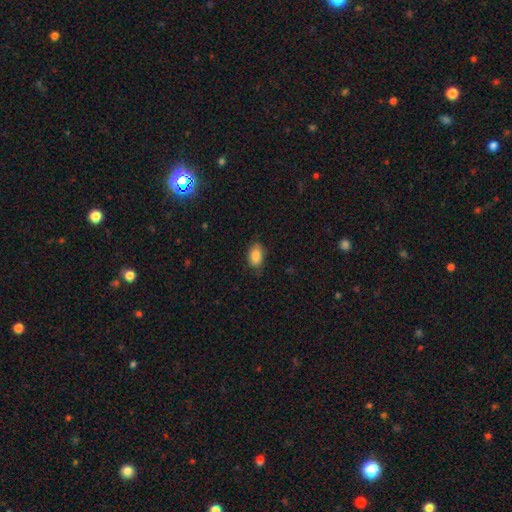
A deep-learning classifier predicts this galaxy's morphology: smooth-or-featured: smooth: 86% | star or artifact: 8% | featured or disk: 6%
  how-rounded: in between: 88% | round: 10% | cigar-shaped: 2%
  merging: none: 79% | minor disturbance: 17% | major disturbance: 3% | merger: 1%